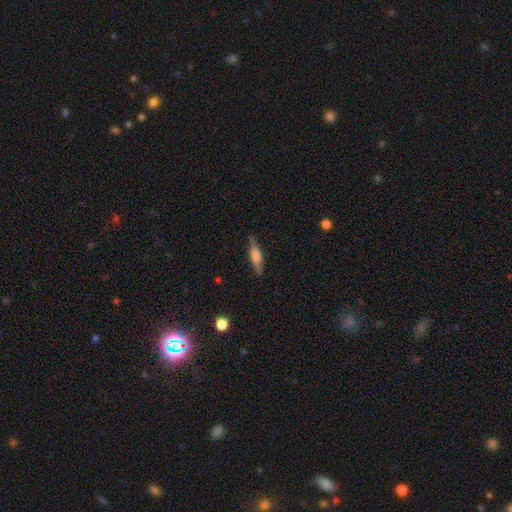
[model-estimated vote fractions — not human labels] Smooth or featured? featured or disk (55%)
Edge-on disk? yes (95%)
Edge-on bulge? rounded (73%)
Merging? none (87%)